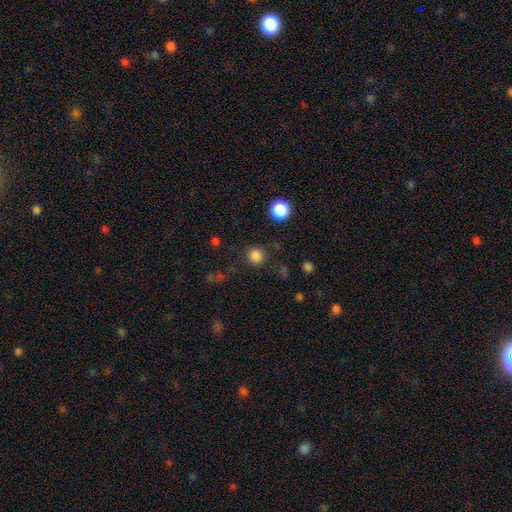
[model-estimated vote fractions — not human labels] smooth 83%, star or artifact 14%, featured or disk 3%. Down the decision tree: how rounded — round (94%); merging — none (87%).